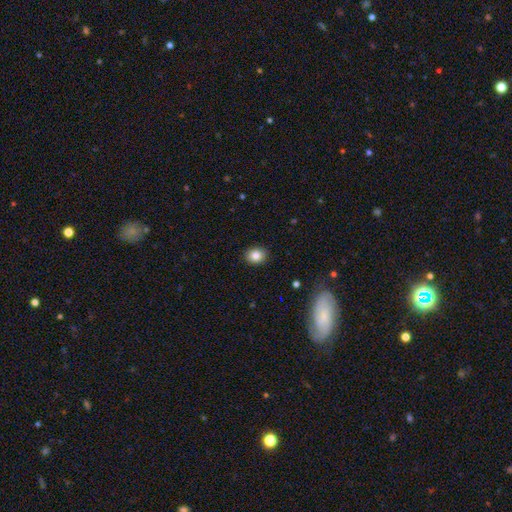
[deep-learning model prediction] A smooth galaxy with no disk features (83%) that is round (57%).

Vote fractions:
- Smooth or featured? smooth: 83% / star or artifact: 10% / featured or disk: 7%
- How rounded? round: 57% / in between: 42% / cigar-shaped: 1%
- Merging? none: 90% / minor disturbance: 7% / major disturbance: 2% / merger: 1%